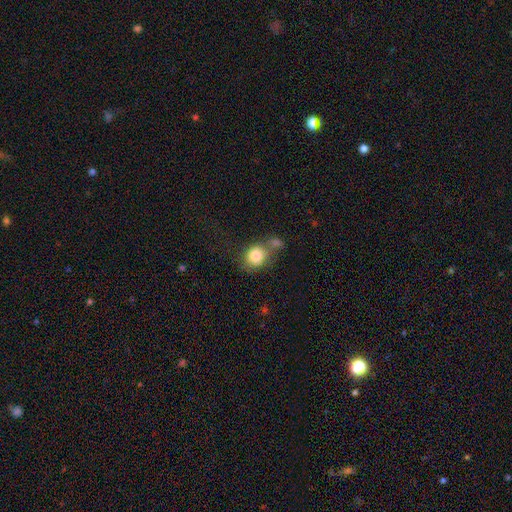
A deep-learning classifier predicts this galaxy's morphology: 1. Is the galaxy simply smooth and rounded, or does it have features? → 83% smooth, 9% featured or disk, 9% star or artifact.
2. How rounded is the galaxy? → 69% round, 30% in between, 1% cigar-shaped.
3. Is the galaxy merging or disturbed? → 46% none, 31% merger, 16% minor disturbance, 8% major disturbance.